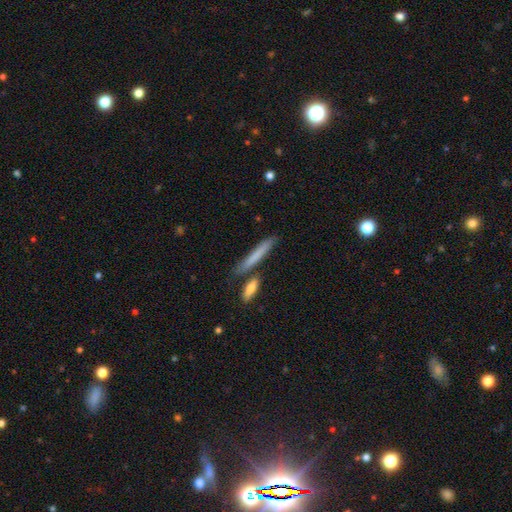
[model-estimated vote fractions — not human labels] This appears to be a smooth galaxy with no disk features (70%) that is cigar-shaped (94%). Merging: none (78%).